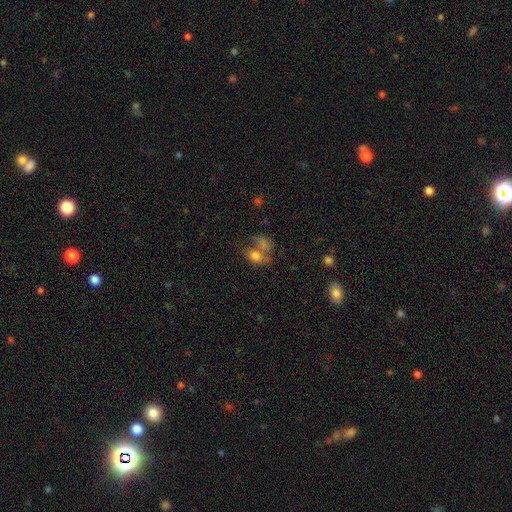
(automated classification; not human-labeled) A smooth galaxy with no disk features (72%) that is in between round and cigar-shaped (69%). Merging: merger (52%).